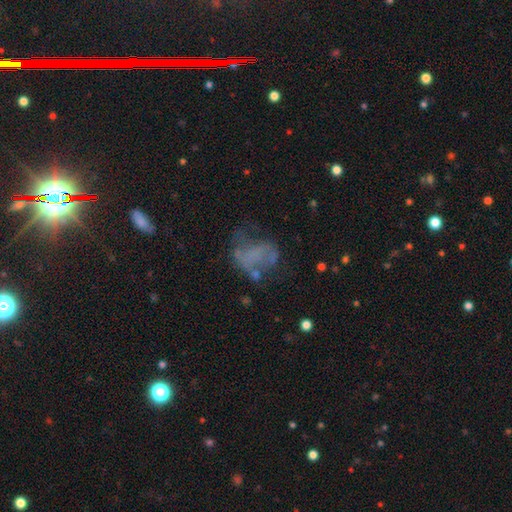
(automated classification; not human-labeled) This is possibly a featured or disk galaxy (47%). Merging: marginally major disturbance (36%).